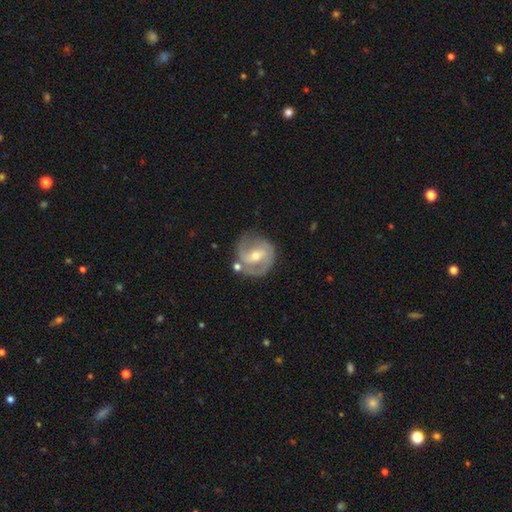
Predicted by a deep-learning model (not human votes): This is clearly a featured or disk galaxy (80%). It is clearly not viewed edge-on (97%). Bar: possibly weak (48%). Spiral arm pattern: clearly yes (92%). Spiral arm count: likely 2 (78%). Spiral winding: possibly medium (48%). Central bulge: likely moderate (60%). Merging: likely none (67%).